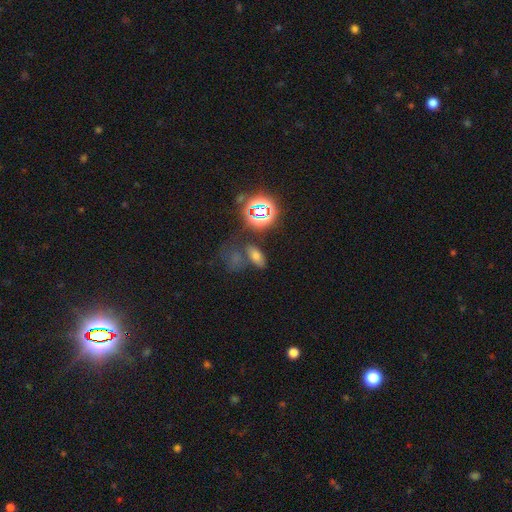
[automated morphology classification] Overall: smooth (59%; star or artifact 29%). How rounded: in between (80%). Merging: none (64%).